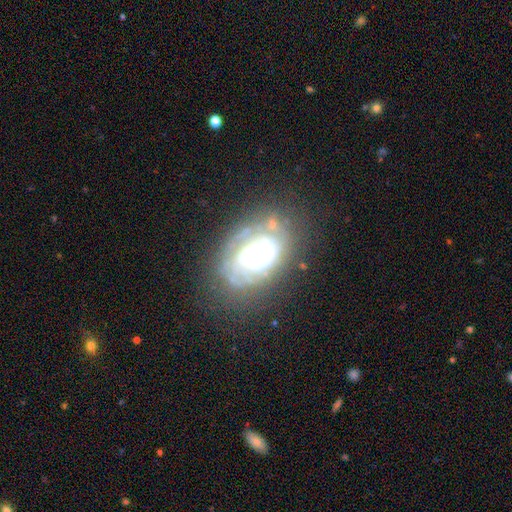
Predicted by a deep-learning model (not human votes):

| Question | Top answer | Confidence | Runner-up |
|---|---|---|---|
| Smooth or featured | featured or disk | 74% | smooth (16%) |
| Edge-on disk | no | 96% | yes (4%) |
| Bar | no | 69% | weak (22%) |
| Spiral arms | yes | 76% | no (24%) |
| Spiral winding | tight | 66% | medium (25%) |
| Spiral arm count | can't tell | 50% | 2 (21%) |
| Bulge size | large | 45% | moderate (33%) |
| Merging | none | 58% | minor disturbance (23%) |